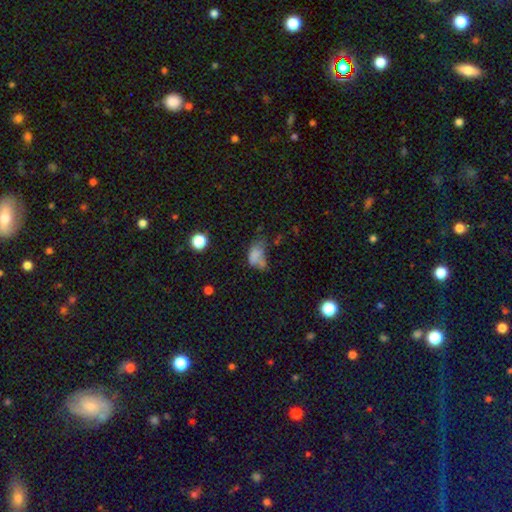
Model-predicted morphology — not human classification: This appears to be a smooth galaxy with no disk features (65%) that is in between round and cigar-shaped (84%). Merging: major disturbance (33%).